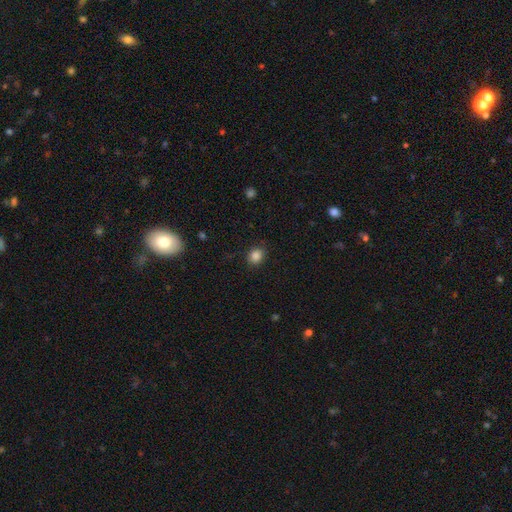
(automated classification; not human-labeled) Q: Smooth or featured?
A: smooth (86%); runner-up: star or artifact (10%)
Q: How rounded?
A: round (66%); runner-up: in between (33%)
Q: Merging?
A: none (86%); runner-up: minor disturbance (10%)